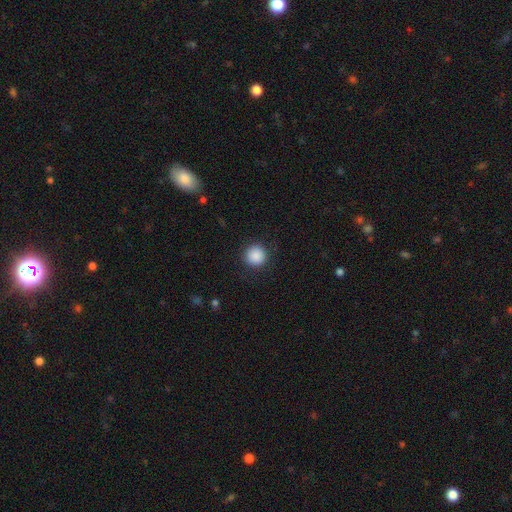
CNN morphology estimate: A smooth galaxy with no disk features (89%) that is round (95%). Merging: none (90%).